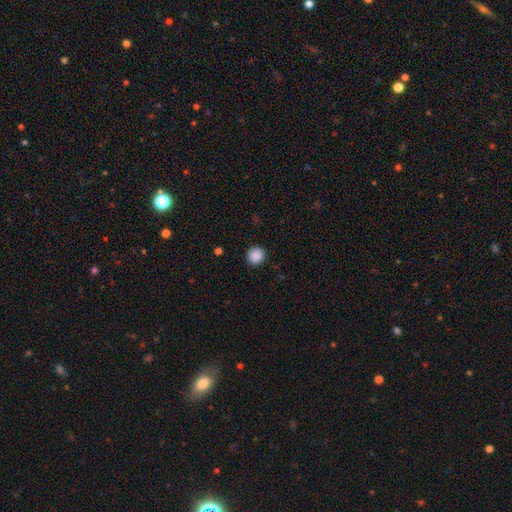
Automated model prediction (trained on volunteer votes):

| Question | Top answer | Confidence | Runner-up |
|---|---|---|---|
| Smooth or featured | smooth | 89% | star or artifact (9%) |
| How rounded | round | 91% | in between (8%) |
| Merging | none | 91% | minor disturbance (6%) |